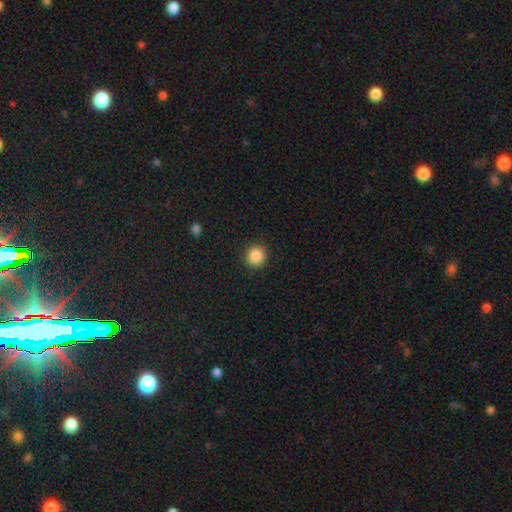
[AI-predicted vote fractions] The model was most divided on "smooth or featured": smooth: 87%, star or artifact: 9%, featured or disk: 4%. More confident: merging — none (91%); how rounded — round (89%).